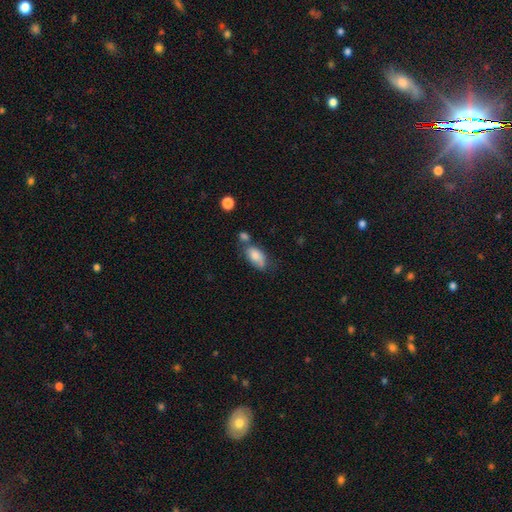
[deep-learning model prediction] Overall: smooth (79%). How rounded: in between (90%). Merging: none (39%; merger 27%).